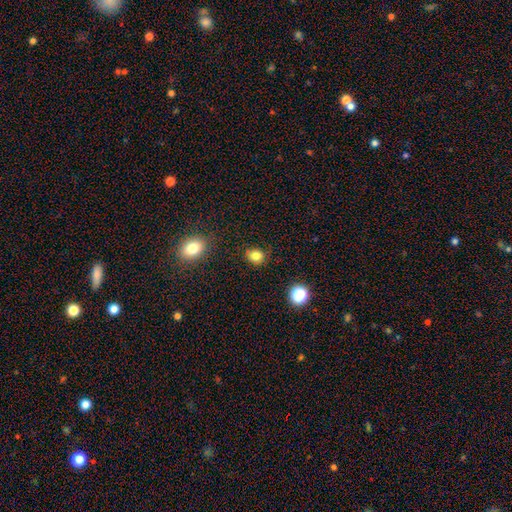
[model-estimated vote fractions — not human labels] Smooth or featured?
  - smooth: 82% *
  - star or artifact: 12%
  - featured or disk: 5%
How rounded?
  - round: 65% *
  - in between: 34%
  - cigar-shaped: 1%
Merging?
  - none: 84% *
  - minor disturbance: 11%
  - major disturbance: 3%
  - merger: 2%